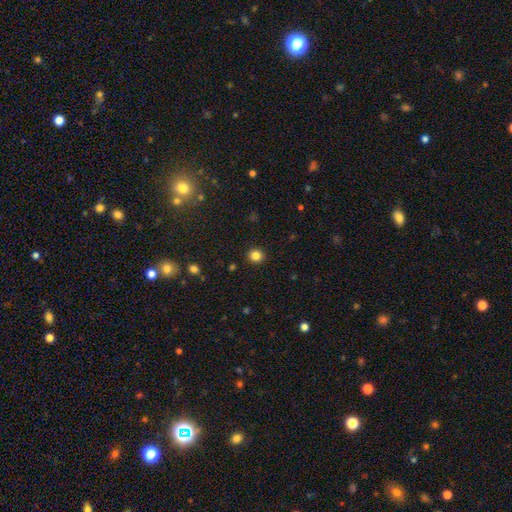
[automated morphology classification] Smooth or featured?
  - smooth: 84% *
  - star or artifact: 12%
  - featured or disk: 4%
How rounded?
  - round: 90% *
  - in between: 9%
  - cigar-shaped: 1%
Merging?
  - none: 92% *
  - minor disturbance: 5%
  - major disturbance: 2%
  - merger: 1%